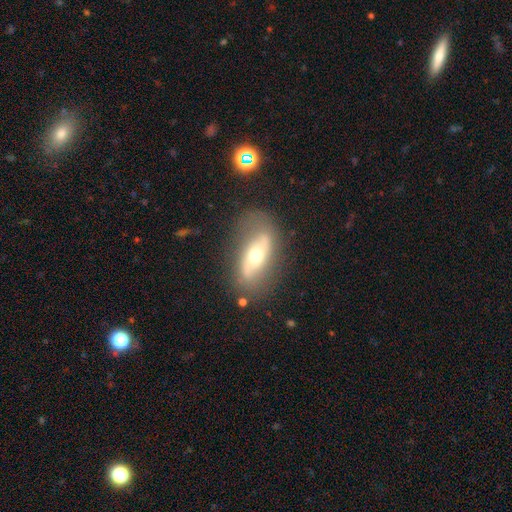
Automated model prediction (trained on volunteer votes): smooth_or_featured: featured or disk (p=0.60) [alt: smooth p=0.32]
disk_edge_on: no (p=0.84) [alt: yes p=0.16]
bar: no (p=0.50) [alt: strong p=0.26]
has_spiral_arms: yes (p=0.61) [alt: no p=0.39]
bulge_size: moderate (p=0.66) [alt: small p=0.22]
merging: none (p=0.69) [alt: minor disturbance p=0.18]